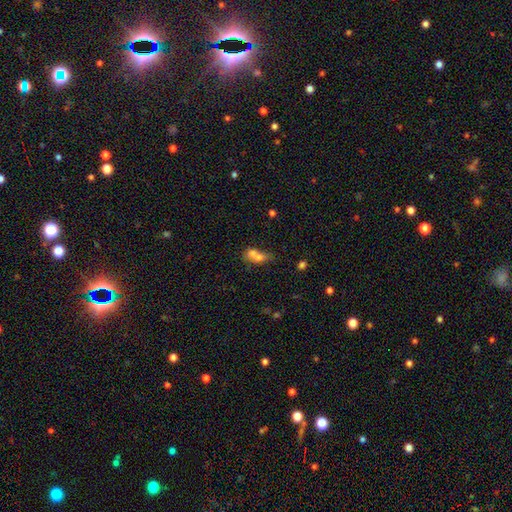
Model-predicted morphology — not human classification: A smooth galaxy with no disk features (67%) that is in between round and cigar-shaped (57%). Merging: merger (68%).